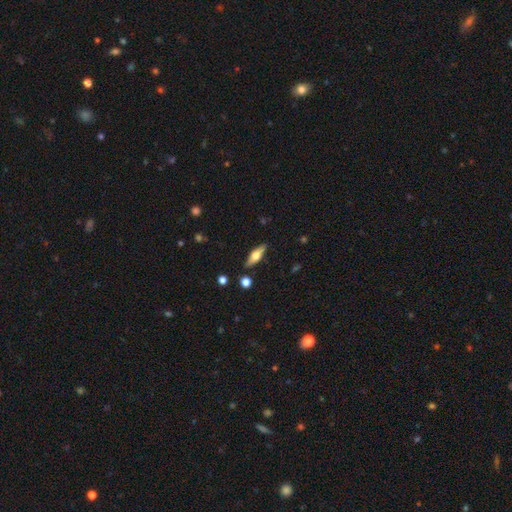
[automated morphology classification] The model was most divided on "smooth or featured": featured or disk: 47%, smooth: 46%, star or artifact: 6%. More confident: merging — none (86%).